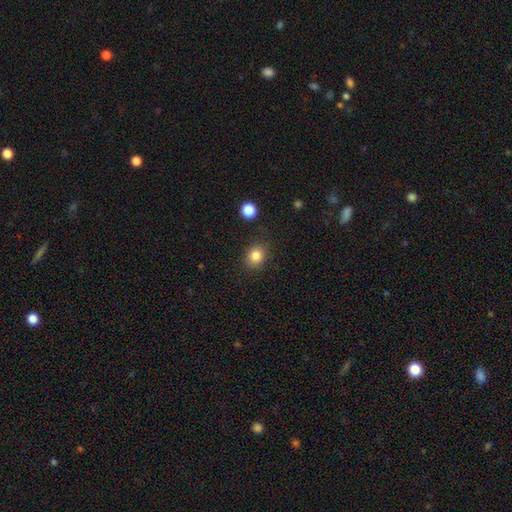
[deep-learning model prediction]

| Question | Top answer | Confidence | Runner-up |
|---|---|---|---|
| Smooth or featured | smooth | 84% | star or artifact (10%) |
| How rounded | round | 65% | in between (34%) |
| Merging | none | 85% | minor disturbance (10%) |